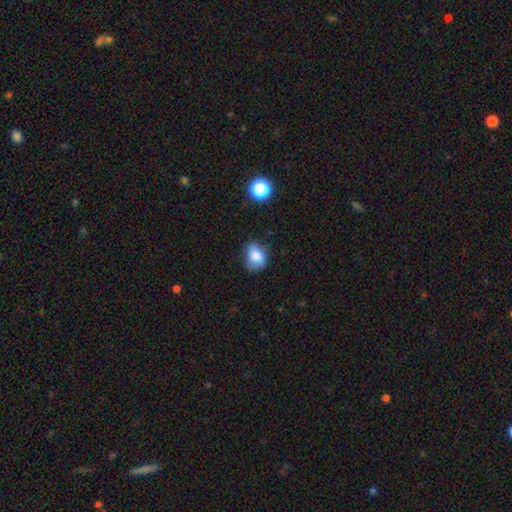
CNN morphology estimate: This appears to be a smooth galaxy with no disk features (81%) that is in between round and cigar-shaped (70%). Merging: none (65%).